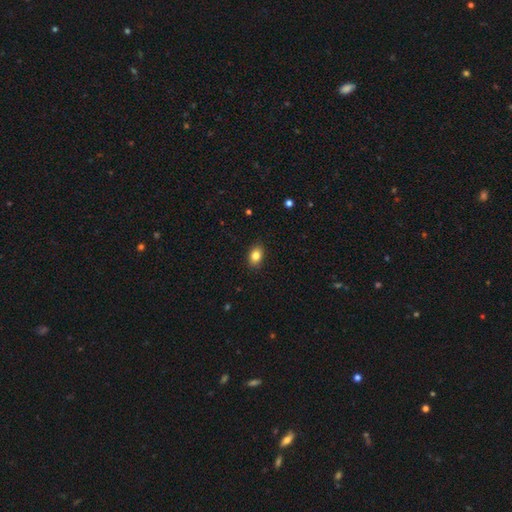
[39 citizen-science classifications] This appears to be a smooth galaxy with no disk features (92%) that is in between round and cigar-shaped (72%). Merging: none (97%).